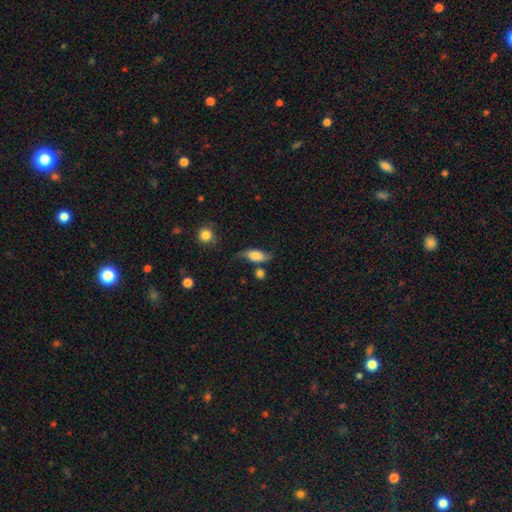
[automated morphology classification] smooth 58%, featured or disk 33%, star or artifact 9%. Down the decision tree: how rounded — in between (82%); merging — none (54%).